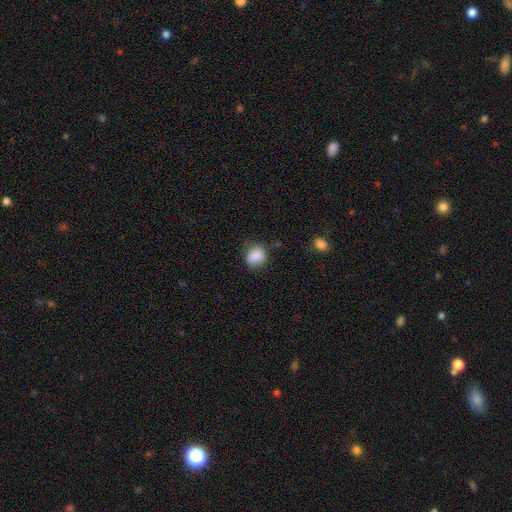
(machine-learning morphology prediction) Smooth or featured?
  - smooth: 86% *
  - star or artifact: 8%
  - featured or disk: 5%
How rounded?
  - round: 71% *
  - in between: 28%
  - cigar-shaped: 1%
Merging?
  - none: 68% *
  - minor disturbance: 24%
  - major disturbance: 6%
  - merger: 2%